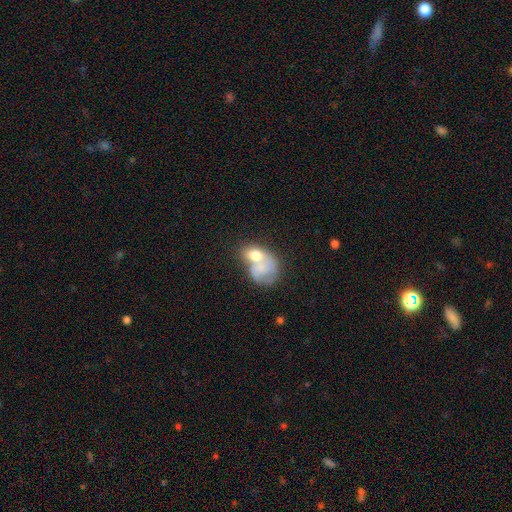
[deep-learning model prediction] A smooth galaxy with no disk features (53%) that is in between round and cigar-shaped (64%). Merging: merger (49%).